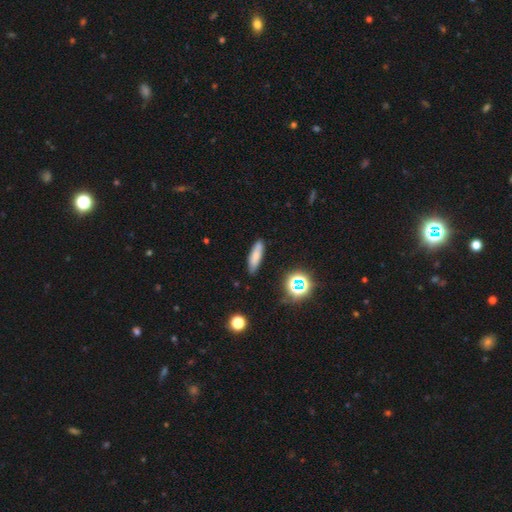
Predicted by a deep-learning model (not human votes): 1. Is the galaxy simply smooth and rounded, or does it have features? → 75% smooth, 12% featured or disk, 12% star or artifact.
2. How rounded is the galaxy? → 64% cigar-shaped, 34% in between, 3% round.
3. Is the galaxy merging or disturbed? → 85% none, 11% minor disturbance, 3% major disturbance, 2% merger.